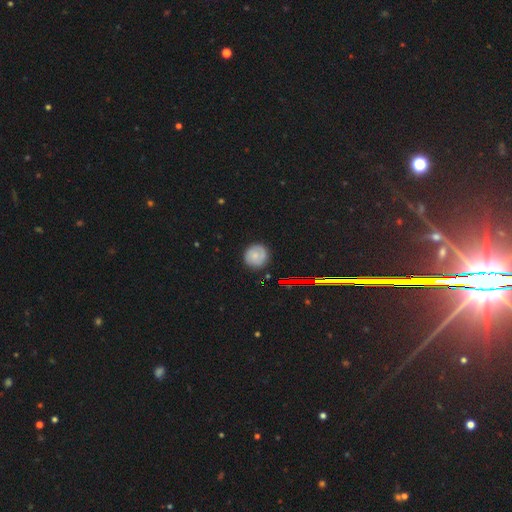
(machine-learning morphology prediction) This is likely a smooth galaxy (66%). How rounded: clearly round (92%). Merging: clearly none (86%).